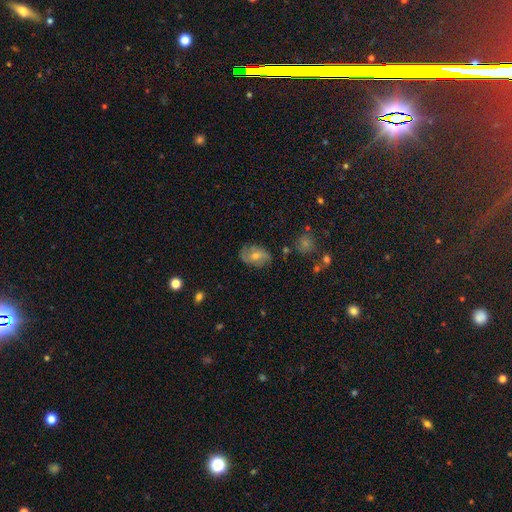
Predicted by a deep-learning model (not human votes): Smooth or featured? featured or disk (54%)
Edge-on disk? no (95%)
Bar? no (53%)
Spiral arms? yes (78%)
Bulge size? moderate (62%)
Merging? none (74%)